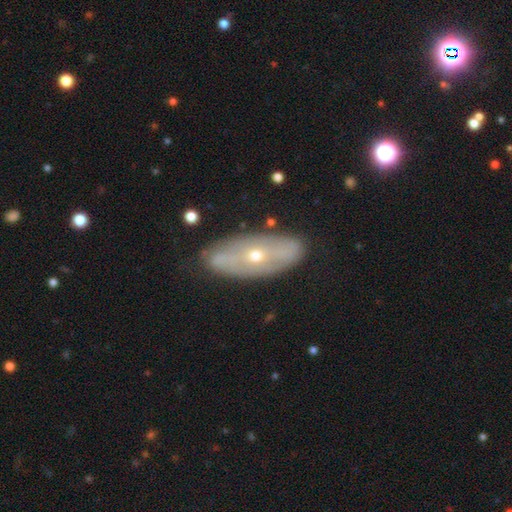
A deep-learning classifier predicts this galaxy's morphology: Q: Smooth or featured?
A: featured or disk (64%); runner-up: smooth (30%)
Q: Edge-on disk?
A: no (78%); runner-up: yes (22%)
Q: Merging?
A: none (77%); runner-up: minor disturbance (17%)